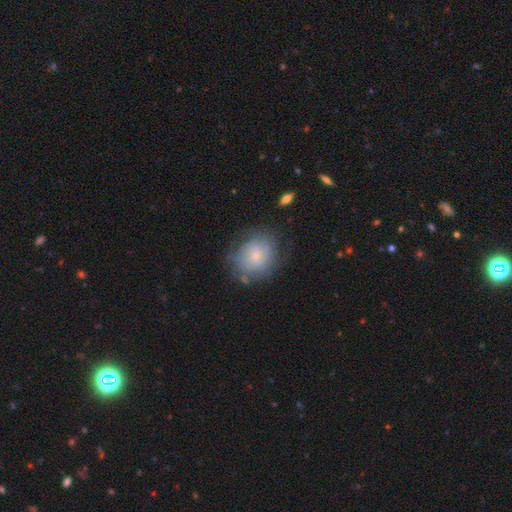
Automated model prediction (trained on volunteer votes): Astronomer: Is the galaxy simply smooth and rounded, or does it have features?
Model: featured or disk — 52% (runner-up: smooth, 40%).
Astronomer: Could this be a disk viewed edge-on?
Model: no — 97%.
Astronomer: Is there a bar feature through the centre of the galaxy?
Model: no — 79%.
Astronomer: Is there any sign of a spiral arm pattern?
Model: yes — 73%.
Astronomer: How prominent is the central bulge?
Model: small — 73%.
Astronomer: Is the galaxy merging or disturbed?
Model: none — 67%.